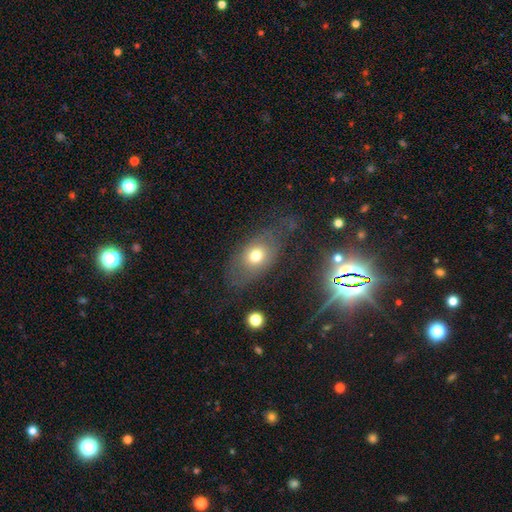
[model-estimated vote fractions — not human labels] The model was most divided on "merging": none: 59%, minor disturbance: 20%, major disturbance: 17%, merger: 3%. More confident: how rounded — in between (77%); smooth or featured — smooth (65%).